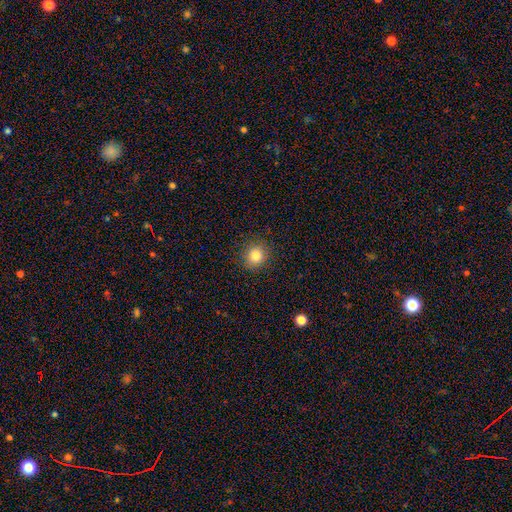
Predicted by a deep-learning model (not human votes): Smooth or featured? Predicted: smooth (p=0.82). How rounded? Predicted: round (p=0.87). Merging? Predicted: none (p=0.90).